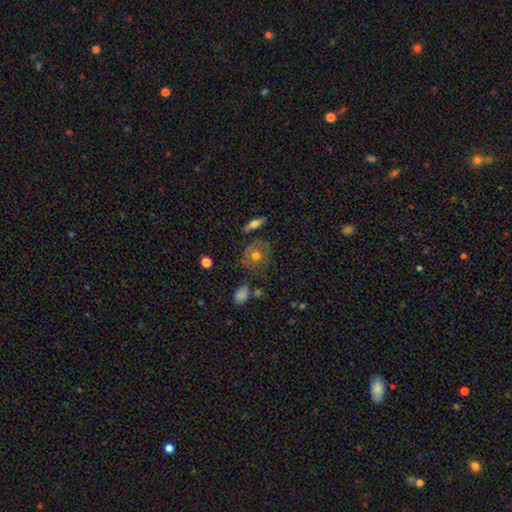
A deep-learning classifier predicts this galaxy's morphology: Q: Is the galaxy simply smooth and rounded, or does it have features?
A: smooth — 57%.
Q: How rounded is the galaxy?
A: round — 79%.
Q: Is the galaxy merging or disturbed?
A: none — 67%.